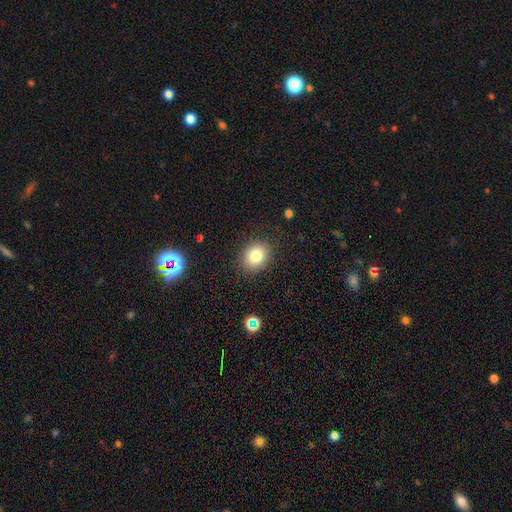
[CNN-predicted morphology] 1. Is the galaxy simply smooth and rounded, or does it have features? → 82% smooth, 10% star or artifact, 8% featured or disk.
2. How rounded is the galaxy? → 51% in between, 48% round, 1% cigar-shaped.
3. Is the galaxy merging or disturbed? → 87% none, 9% minor disturbance, 3% major disturbance, 1% merger.